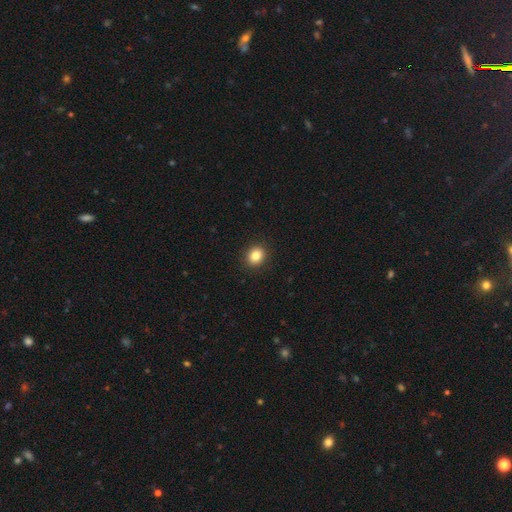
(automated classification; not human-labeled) Smooth or featured?
  - smooth: 85% *
  - star or artifact: 10%
  - featured or disk: 5%
How rounded?
  - round: 70% *
  - in between: 29%
  - cigar-shaped: 1%
Merging?
  - none: 91% *
  - minor disturbance: 6%
  - major disturbance: 2%
  - merger: 1%